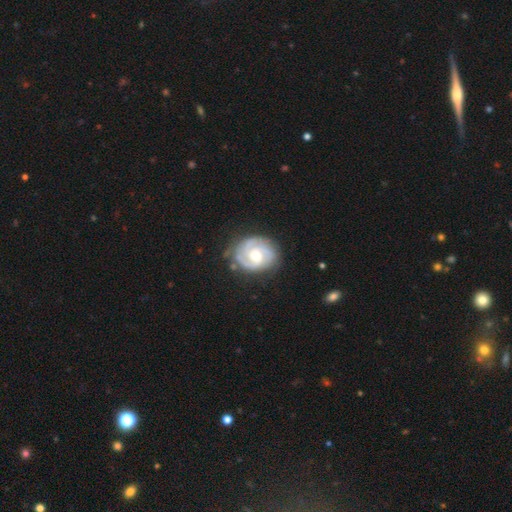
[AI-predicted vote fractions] This is clearly a featured or disk galaxy (87%). It is clearly not viewed edge-on (98%). Bar: likely no (62%). Spiral arm pattern: clearly yes (97%). Spiral arm count: marginally 2 (43%). Spiral winding: likely tight (62%). Central bulge: likely moderate (66%). Merging: likely none (74%).